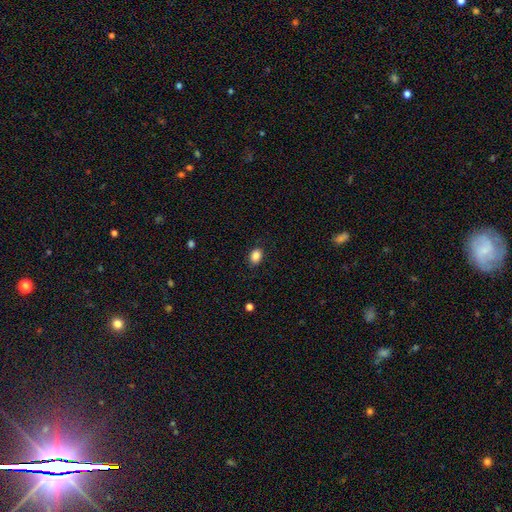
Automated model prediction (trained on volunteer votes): smooth 87%, star or artifact 9%, featured or disk 4%. Down the decision tree: how rounded — in between (71%); merging — none (87%).